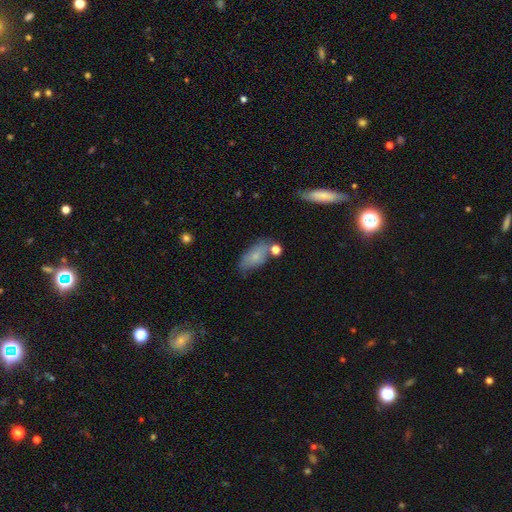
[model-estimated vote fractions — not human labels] Smooth or featured? smooth (72%)
How rounded? in between (87%)
Merging? none (54%)